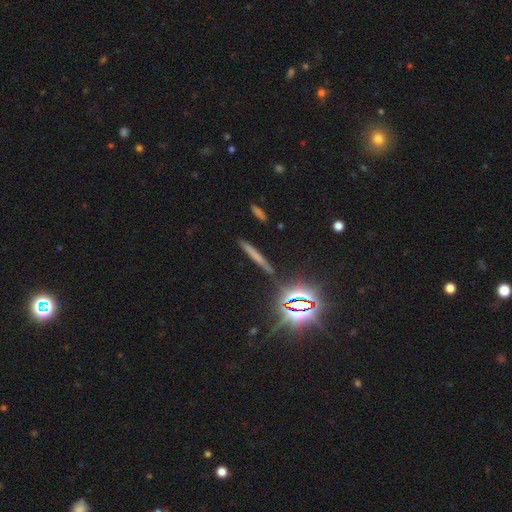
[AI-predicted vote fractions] Smooth or featured: smooth — 51% (star or artifact — 25%)
How rounded: cigar-shaped — 92% (in between — 4%)
Merging: none — 87% (minor disturbance — 8%)